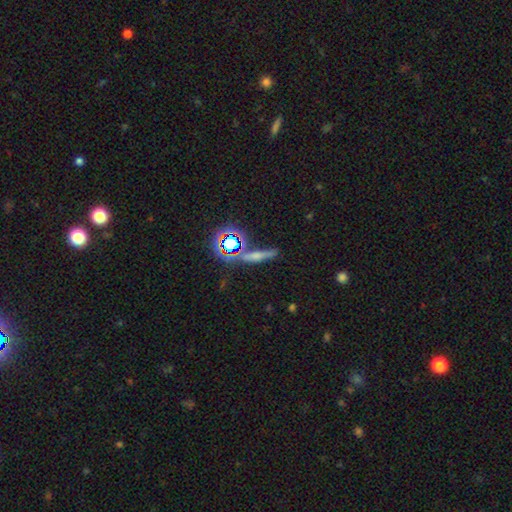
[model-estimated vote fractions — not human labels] A smooth galaxy with no disk features (44%). Merging: none (71%).